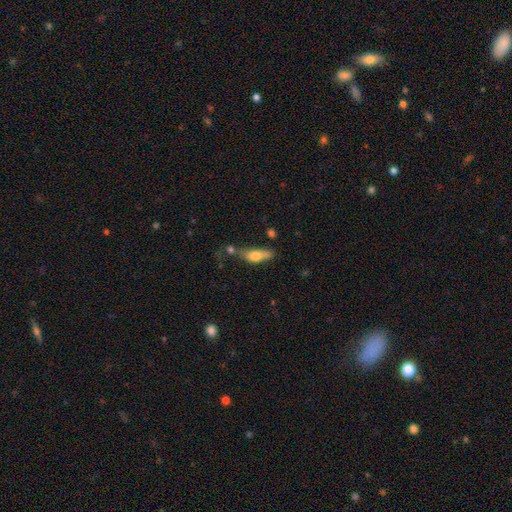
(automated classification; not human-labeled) Overall: smooth (68%). How rounded: in between (57%; cigar-shaped 39%). Merging: none (37%; merger 24%).